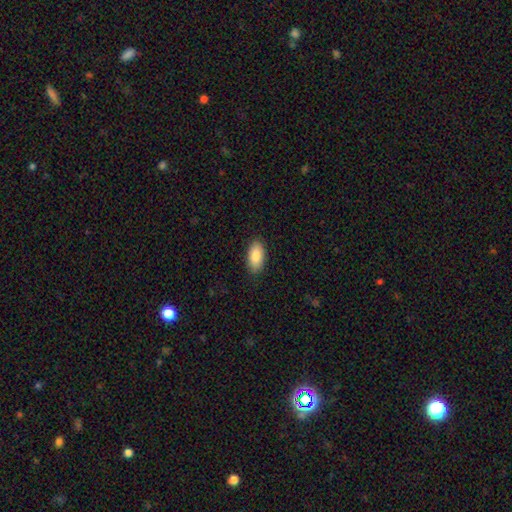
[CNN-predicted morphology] smooth_or_featured: smooth (p=0.87) [alt: featured or disk p=0.07]
how_rounded: in between (p=0.93) [alt: cigar-shaped p=0.04]
merging: none (p=0.88) [alt: minor disturbance p=0.09]